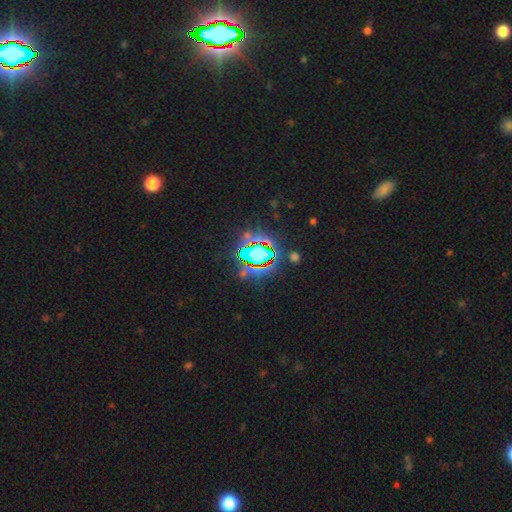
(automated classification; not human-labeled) star or artifact 78%, smooth 13%, featured or disk 9%.